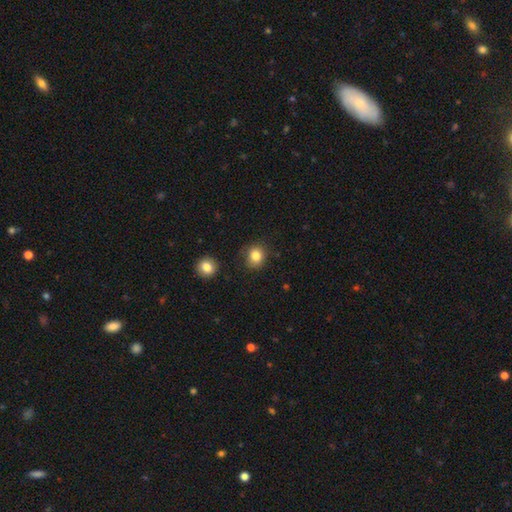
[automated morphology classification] A smooth galaxy with no disk features (83%) that is round (81%).

Vote fractions:
- Smooth or featured? smooth: 83% / star or artifact: 11% / featured or disk: 6%
- How rounded? round: 81% / in between: 18% / cigar-shaped: 1%
- Merging? none: 83% / minor disturbance: 12% / major disturbance: 3% / merger: 2%